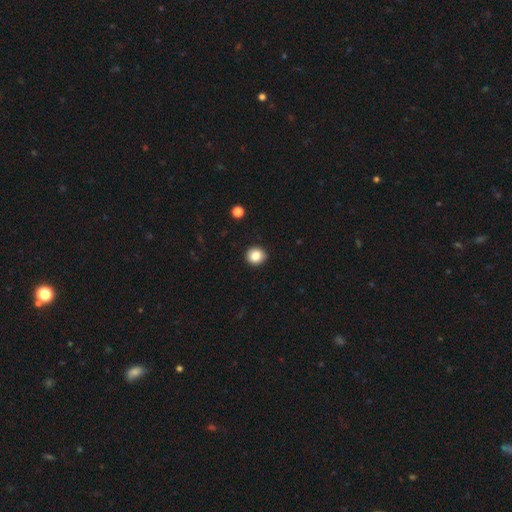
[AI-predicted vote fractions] Smooth or featured? smooth (84%)
How rounded? round (91%)
Merging? none (92%)